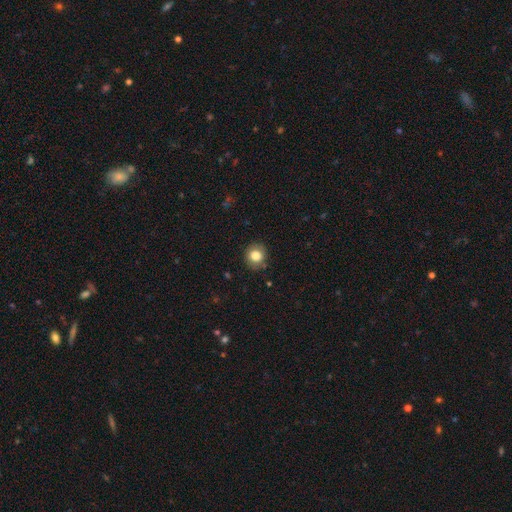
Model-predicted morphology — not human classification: smooth-or-featured: smooth: 82% | star or artifact: 10% | featured or disk: 9%
  how-rounded: round: 83% | in between: 16% | cigar-shaped: 1%
  merging: none: 86% | minor disturbance: 10% | major disturbance: 3% | merger: 1%